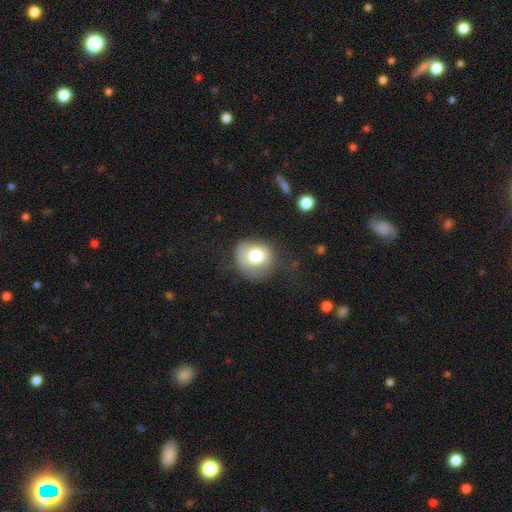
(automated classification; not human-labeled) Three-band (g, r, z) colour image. It shows a smooth galaxy with no disk features (71%) that is round (79%). Merging: none (53%).